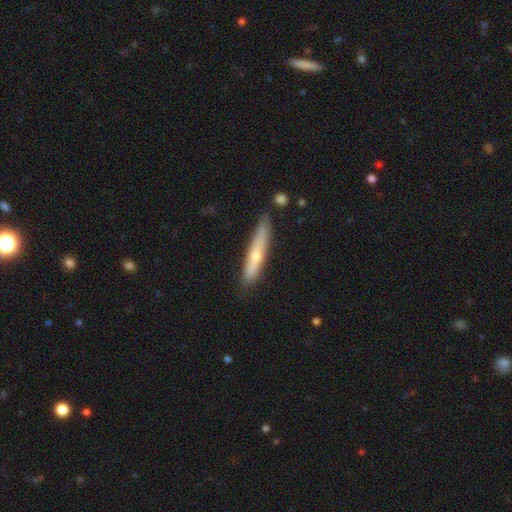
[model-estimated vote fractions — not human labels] Smooth or featured? smooth (55%)
How rounded? cigar-shaped (90%)
Merging? none (77%)